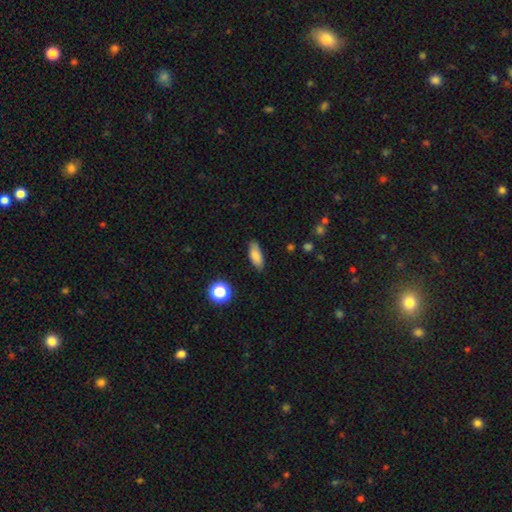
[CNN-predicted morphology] Q: Smooth or featured?
A: smooth (83%); runner-up: star or artifact (9%)
Q: How rounded?
A: in between (75%); runner-up: cigar-shaped (21%)
Q: Merging?
A: none (83%); runner-up: minor disturbance (13%)